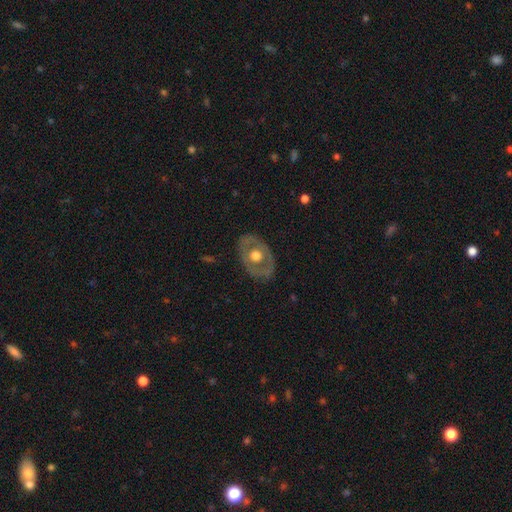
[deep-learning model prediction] featured or disk 57%, smooth 37%, star or artifact 5%. Down the decision tree: edge-on disk — no (91%); bar — no (90%); spiral arms — no (89%); bulge size — moderate (60%); merging — none (80%).